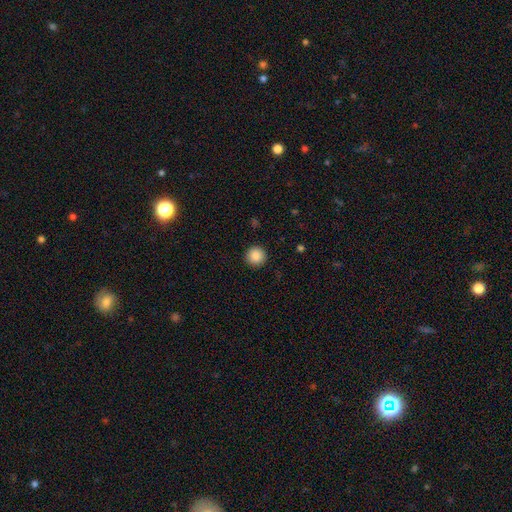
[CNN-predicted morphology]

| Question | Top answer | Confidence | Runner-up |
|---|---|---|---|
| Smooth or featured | smooth | 87% | star or artifact (9%) |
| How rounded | round | 95% | in between (4%) |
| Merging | none | 92% | minor disturbance (5%) |